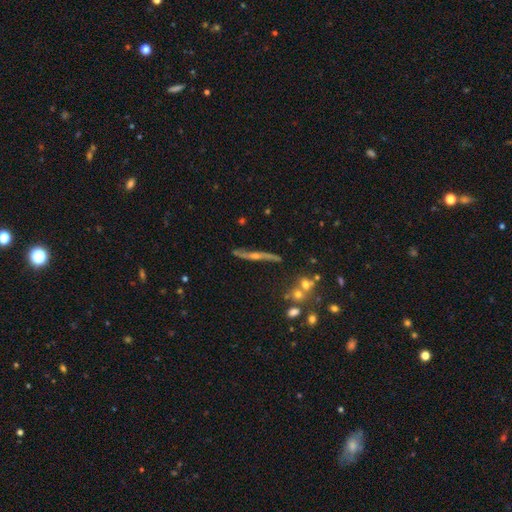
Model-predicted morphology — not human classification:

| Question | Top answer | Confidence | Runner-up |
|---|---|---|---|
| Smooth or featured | featured or disk | 75% | smooth (14%) |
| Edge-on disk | yes | 88% | no (12%) |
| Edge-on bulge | rounded | 78% | none (16%) |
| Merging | none | 75% | minor disturbance (16%) |